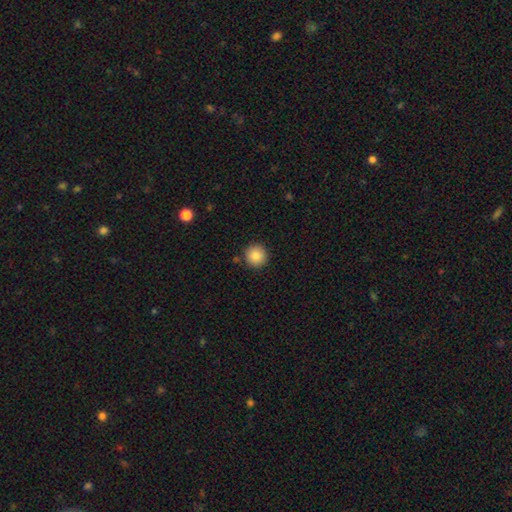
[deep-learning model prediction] smooth-or-featured: smooth: 87% | star or artifact: 9% | featured or disk: 5%
  how-rounded: round: 95% | in between: 4% | cigar-shaped: 1%
  merging: none: 90% | minor disturbance: 6% | merger: 2% | major disturbance: 2%